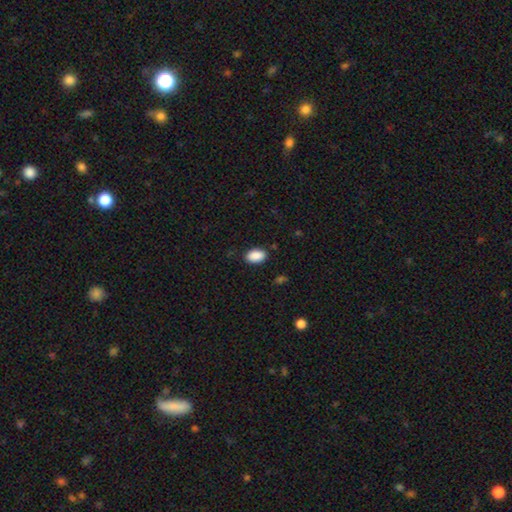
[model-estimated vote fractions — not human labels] A smooth galaxy with no disk features (90%) that is in between round and cigar-shaped (92%).

Vote fractions:
- Smooth or featured? smooth: 90% / star or artifact: 7% / featured or disk: 3%
- How rounded? in between: 92% / round: 6% / cigar-shaped: 1%
- Merging? none: 87% / minor disturbance: 10% / major disturbance: 2% / merger: 1%